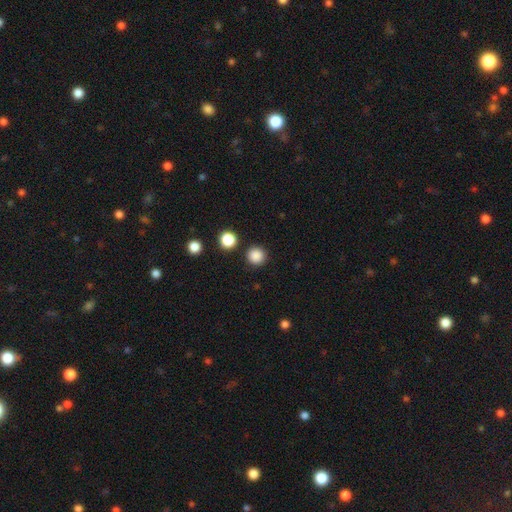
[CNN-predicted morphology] type=smooth (86%); roundness=round (95%); merging=none (90%).